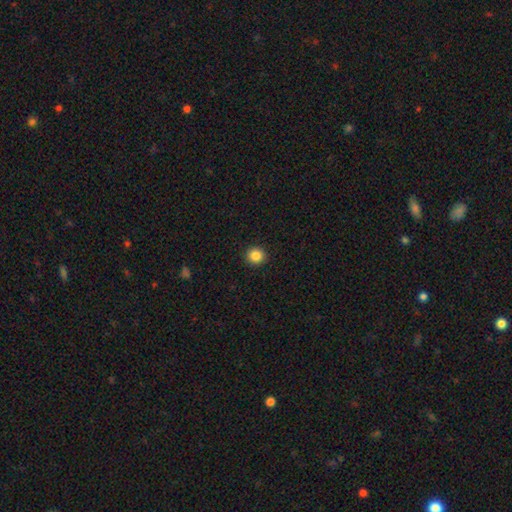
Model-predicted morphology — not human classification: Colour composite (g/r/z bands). It shows a smooth galaxy with no disk features (86%) that is round (90%). Merging: none (93%).